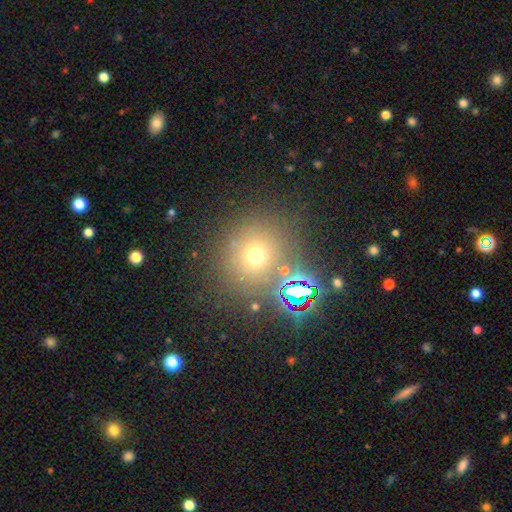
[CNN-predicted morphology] This appears to be a smooth galaxy with no disk features (63%) that is round (90%). Merging: none (78%).